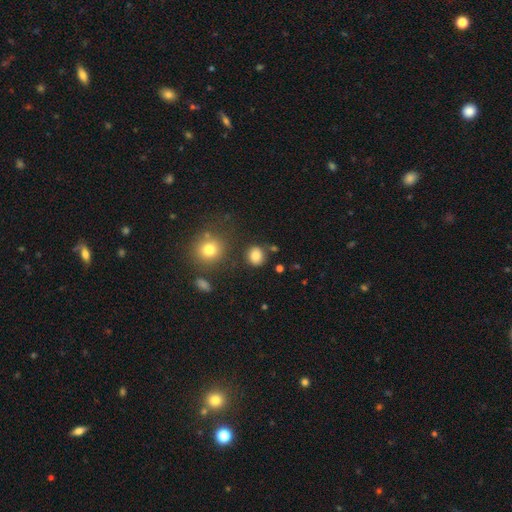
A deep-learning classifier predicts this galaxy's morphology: A smooth galaxy with no disk features (84%) that is round (76%).

Vote fractions:
- Smooth or featured? smooth: 84% / star or artifact: 11% / featured or disk: 5%
- How rounded? round: 76% / in between: 23% / cigar-shaped: 1%
- Merging? none: 80% / minor disturbance: 11% / merger: 5% / major disturbance: 4%